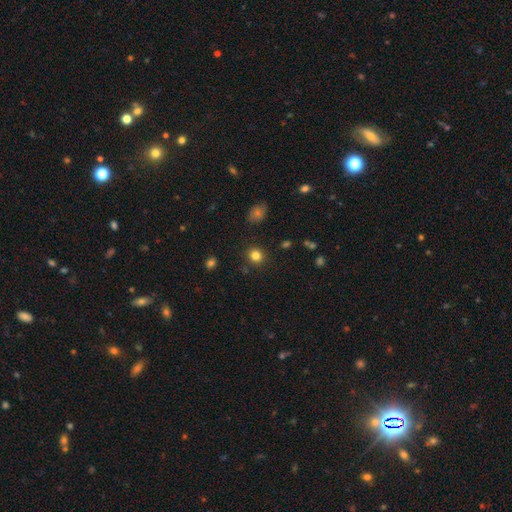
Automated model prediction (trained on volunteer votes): Overall: smooth (82%). How rounded: round (87%). Merging: none (89%).